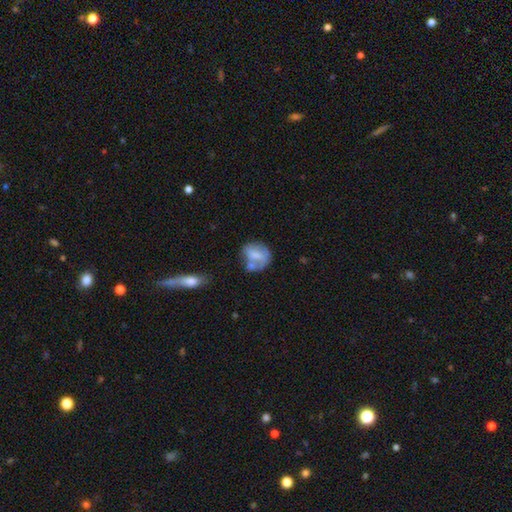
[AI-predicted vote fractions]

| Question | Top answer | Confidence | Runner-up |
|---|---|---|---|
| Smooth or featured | smooth | 60% | featured or disk (32%) |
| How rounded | round | 58% | in between (41%) |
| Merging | none | 40% | minor disturbance (24%) |